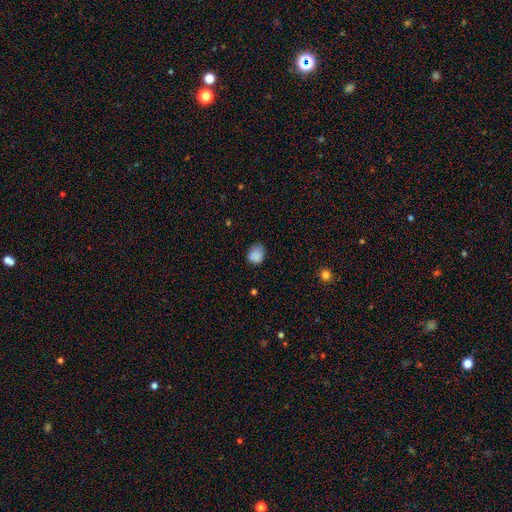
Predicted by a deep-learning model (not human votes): A smooth galaxy with no disk features (86%) that is round (54%).

Vote fractions:
- Smooth or featured? smooth: 86% / star or artifact: 9% / featured or disk: 5%
- How rounded? round: 54% / in between: 46% / cigar-shaped: 1%
- Merging? none: 61% / minor disturbance: 32% / major disturbance: 6% / merger: 1%